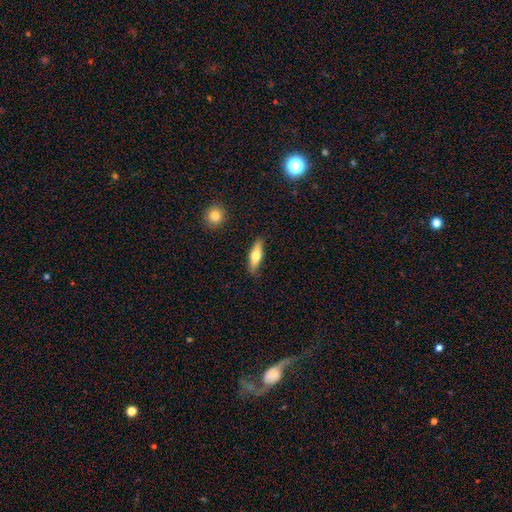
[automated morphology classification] smooth_or_featured: smooth (p=0.59) [alt: featured or disk p=0.35]
how_rounded: cigar-shaped (p=0.55) [alt: in between p=0.43]
merging: none (p=0.86) [alt: minor disturbance p=0.10]